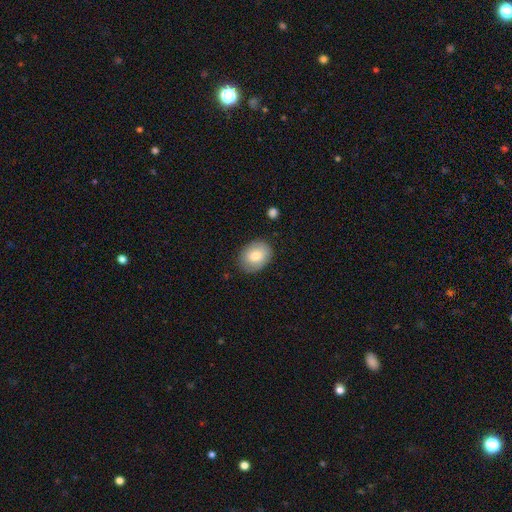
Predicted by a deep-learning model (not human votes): smooth-or-featured: smooth: 78% | featured or disk: 15% | star or artifact: 7%
  how-rounded: in between: 65% | round: 34% | cigar-shaped: 1%
  merging: none: 80% | minor disturbance: 15% | major disturbance: 3% | merger: 1%